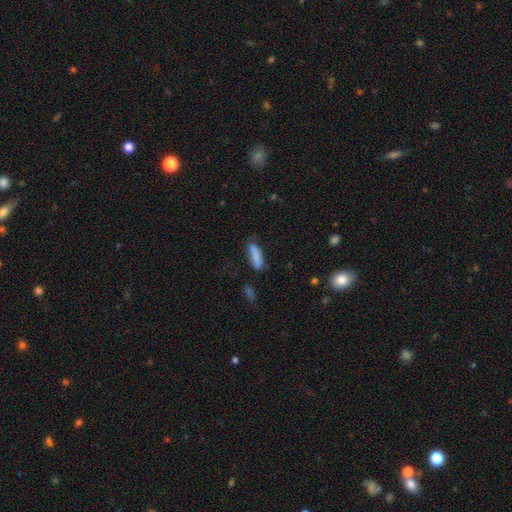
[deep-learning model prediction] Smooth or featured? smooth (83%)
How rounded? cigar-shaped (62%)
Merging? none (71%)